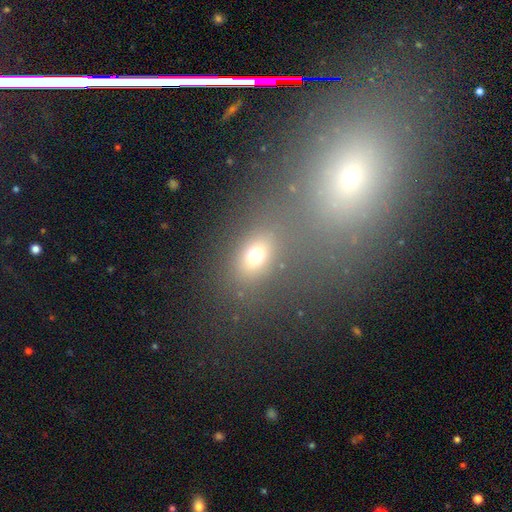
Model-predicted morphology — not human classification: smooth_or_featured: smooth (p=0.67) [alt: star or artifact p=0.20]
how_rounded: in between (p=0.57) [alt: round p=0.39]
merging: none (p=0.73) [alt: minor disturbance p=0.11]